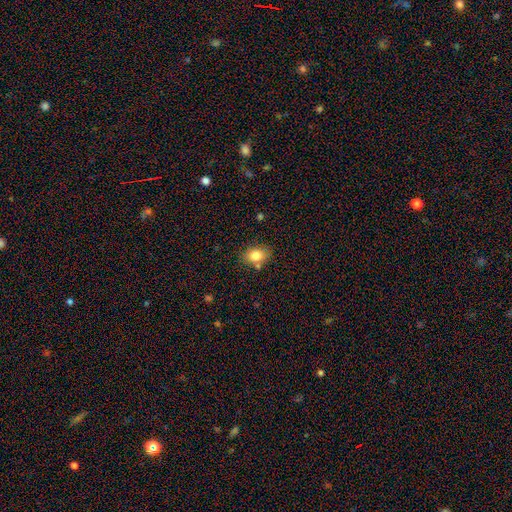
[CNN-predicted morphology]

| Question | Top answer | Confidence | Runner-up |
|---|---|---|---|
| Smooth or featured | smooth | 81% | featured or disk (10%) |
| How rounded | in between | 71% | round (28%) |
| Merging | none | 73% | minor disturbance (15%) |